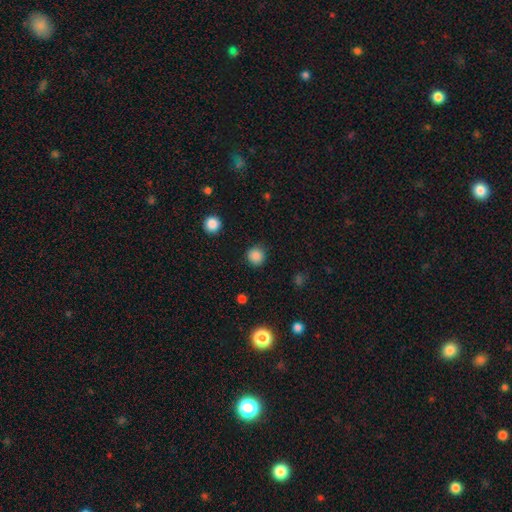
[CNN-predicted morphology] type=smooth (85%); roundness=round (94%); merging=none (89%).